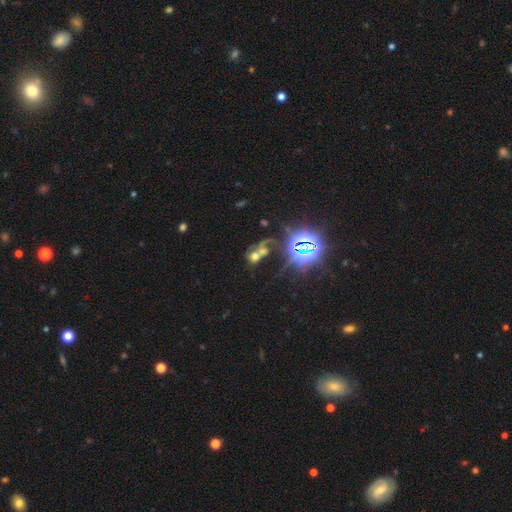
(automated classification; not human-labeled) Morphology: type=star or artifact (40%).